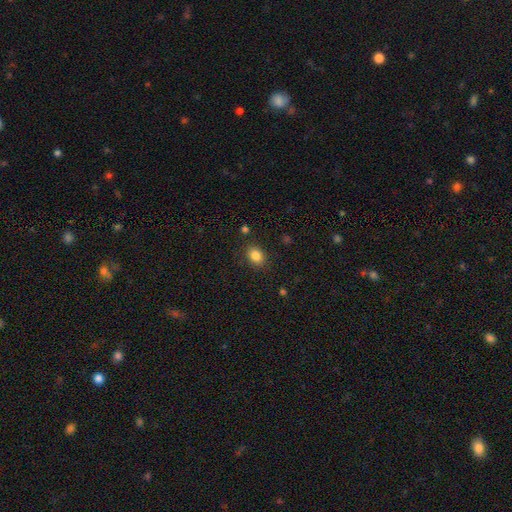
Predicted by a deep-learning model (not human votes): A smooth galaxy with no disk features (85%) that is in between round and cigar-shaped (67%).

Vote fractions:
- Smooth or featured? smooth: 85% / star or artifact: 10% / featured or disk: 5%
- How rounded? in between: 67% / round: 32% / cigar-shaped: 1%
- Merging? none: 85% / minor disturbance: 10% / major disturbance: 3% / merger: 2%